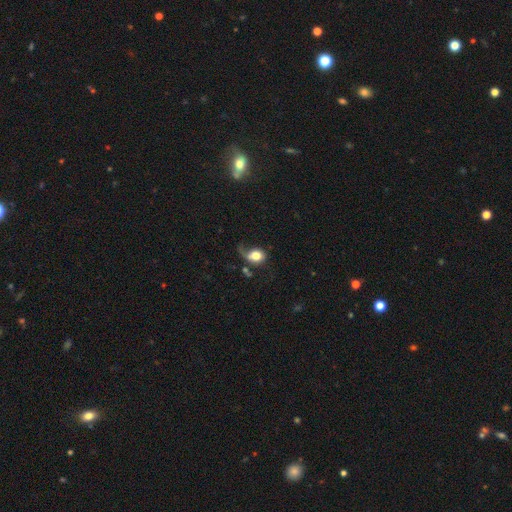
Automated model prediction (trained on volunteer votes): Q: Smooth or featured?
A: smooth (66%); runner-up: featured or disk (25%)
Q: How rounded?
A: round (49%); tied with: in between (49%)
Q: Merging?
A: major disturbance (39%); runner-up: none (30%)